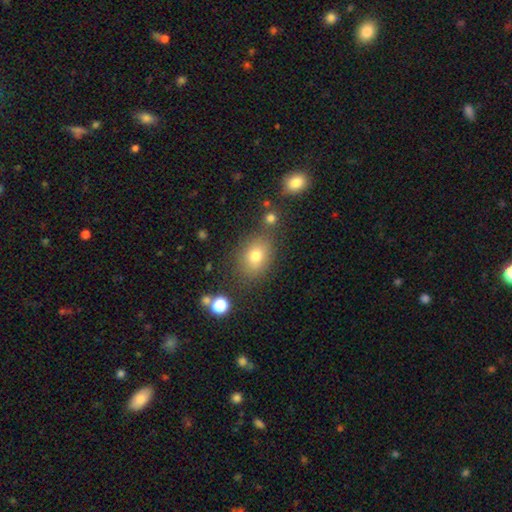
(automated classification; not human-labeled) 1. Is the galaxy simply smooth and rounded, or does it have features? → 76% smooth, 13% star or artifact, 11% featured or disk.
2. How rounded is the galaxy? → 62% in between, 37% round, 1% cigar-shaped.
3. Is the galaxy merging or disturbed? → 73% none, 15% minor disturbance, 7% merger, 5% major disturbance.